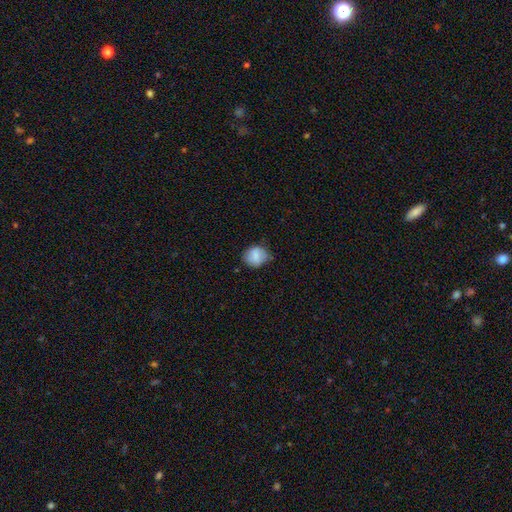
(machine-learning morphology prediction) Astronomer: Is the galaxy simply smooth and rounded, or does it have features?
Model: smooth — 79%.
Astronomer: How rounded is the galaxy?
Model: round — 70%.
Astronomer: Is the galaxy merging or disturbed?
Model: none — 63%.